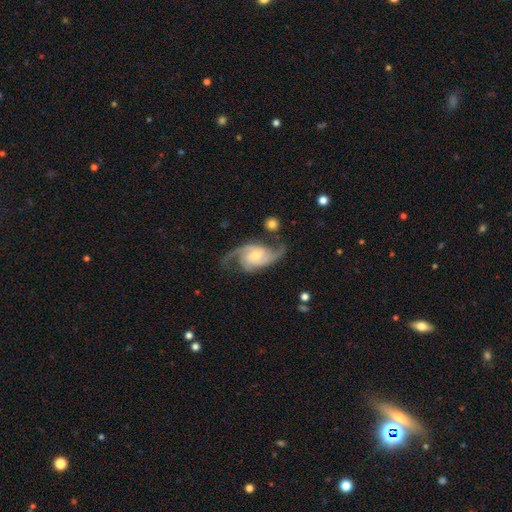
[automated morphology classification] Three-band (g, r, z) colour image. It shows a featured or disk galaxy (90%) with no bar (60%), 2 (70%) medium (50%) spiral arms (98%) and a small central bulge (53%). Merging: none (65%).